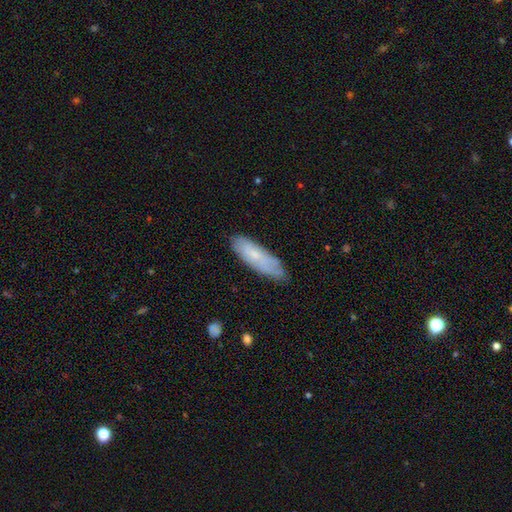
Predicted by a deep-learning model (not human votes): Q: Smooth or featured?
A: smooth (61%); runner-up: featured or disk (32%)
Q: How rounded?
A: cigar-shaped (52%); runner-up: in between (46%)
Q: Merging?
A: none (74%); runner-up: minor disturbance (21%)